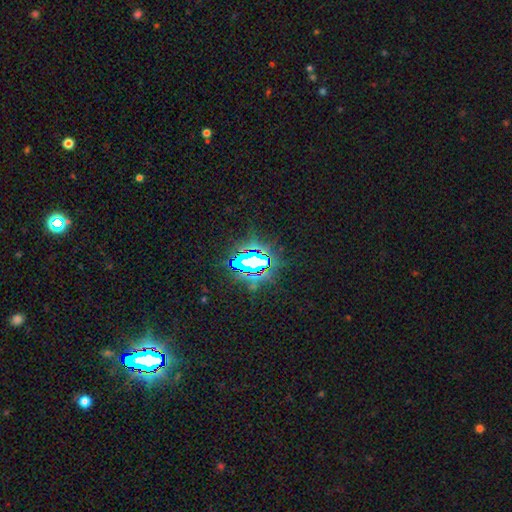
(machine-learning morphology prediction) A star or artifact, not a galaxy (82%).